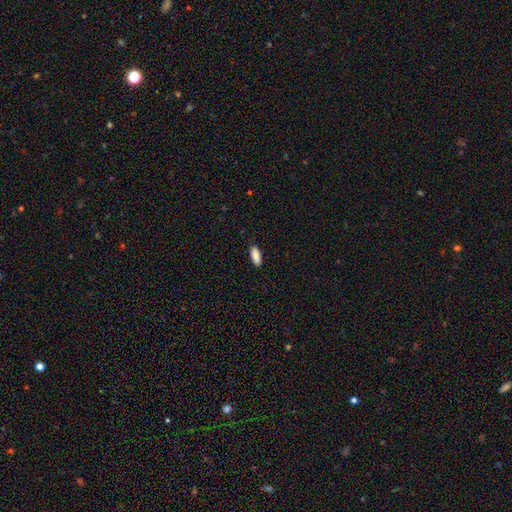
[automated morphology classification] type=smooth (89%); roundness=in between (81%); merging=none (87%).